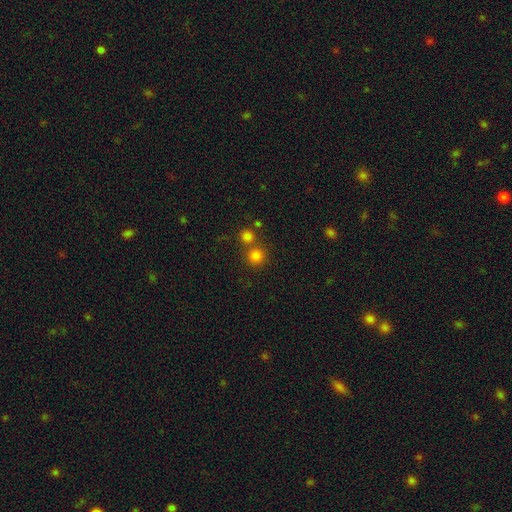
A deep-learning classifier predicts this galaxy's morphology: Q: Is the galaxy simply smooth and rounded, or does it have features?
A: smooth — 79%.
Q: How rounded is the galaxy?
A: round — 92%.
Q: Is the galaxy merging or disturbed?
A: none — 66%.